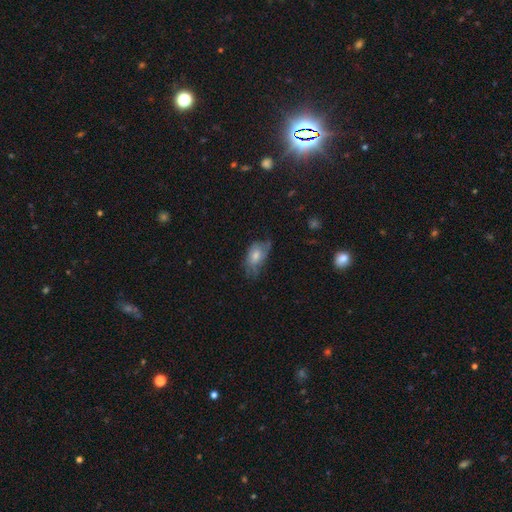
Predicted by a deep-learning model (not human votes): A smooth galaxy with no disk features (55%) that is in between round and cigar-shaped (88%). Merging: none (46%).